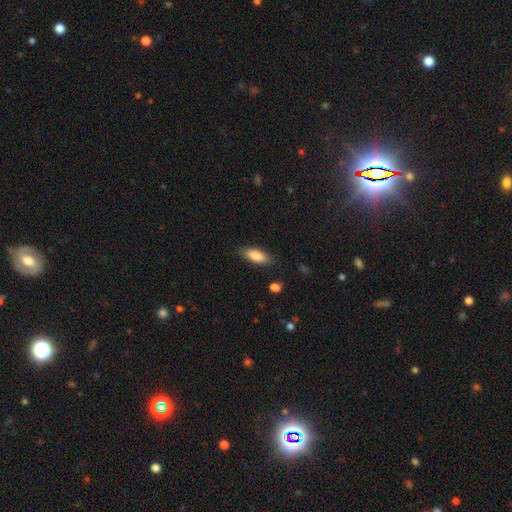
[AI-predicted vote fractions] Smooth or featured? smooth (84%)
How rounded? in between (70%)
Merging? none (83%)